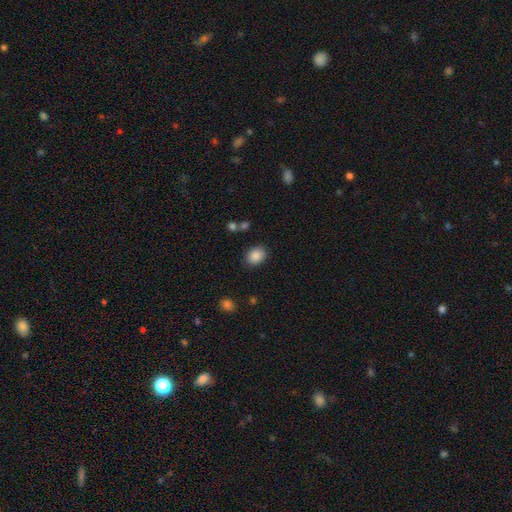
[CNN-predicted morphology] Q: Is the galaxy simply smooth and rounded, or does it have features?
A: smooth — 87%.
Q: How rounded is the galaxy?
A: in between — 64%.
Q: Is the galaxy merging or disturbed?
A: none — 83%.